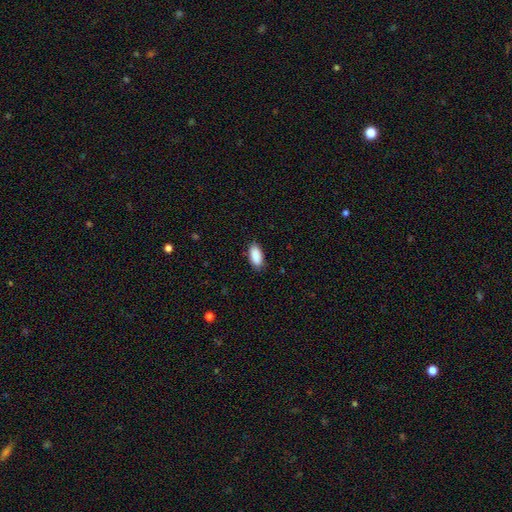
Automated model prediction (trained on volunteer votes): Morphology: type=smooth (90%); roundness=in between (92%); merging=none (86%).